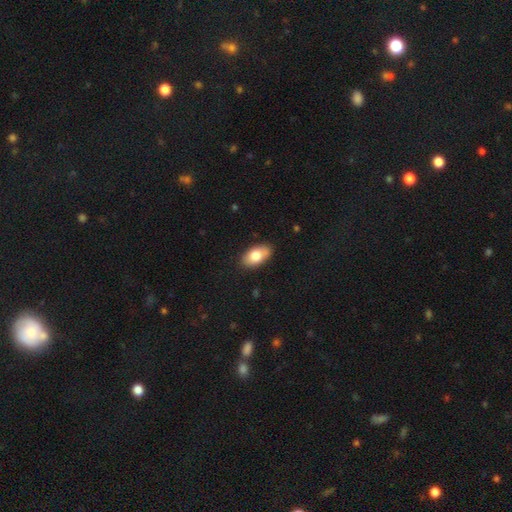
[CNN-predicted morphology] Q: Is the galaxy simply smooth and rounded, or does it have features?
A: smooth — 78%.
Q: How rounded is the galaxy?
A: in between — 93%.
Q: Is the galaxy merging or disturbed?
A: none — 84%.